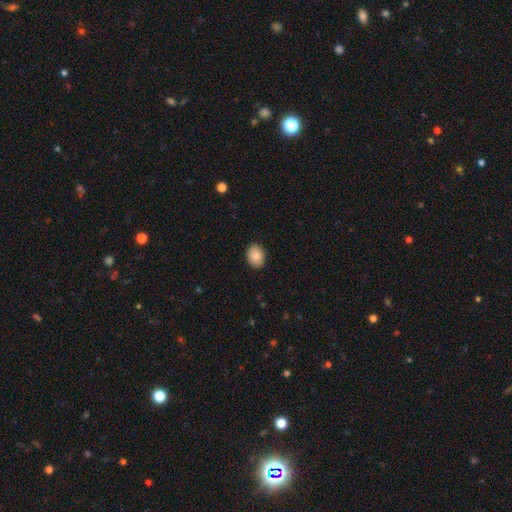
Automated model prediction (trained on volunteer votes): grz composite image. It shows a smooth galaxy with no disk features (84%) that is in between round and cigar-shaped (64%). Merging: none (90%).